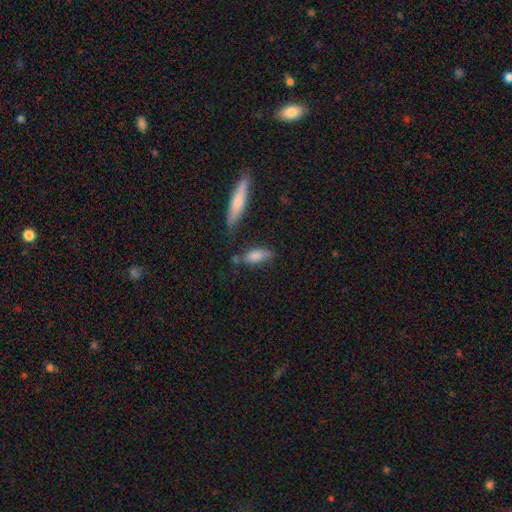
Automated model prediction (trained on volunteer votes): Morphology: type=smooth (76%); roundness=in between (70%); merging=none (52%).